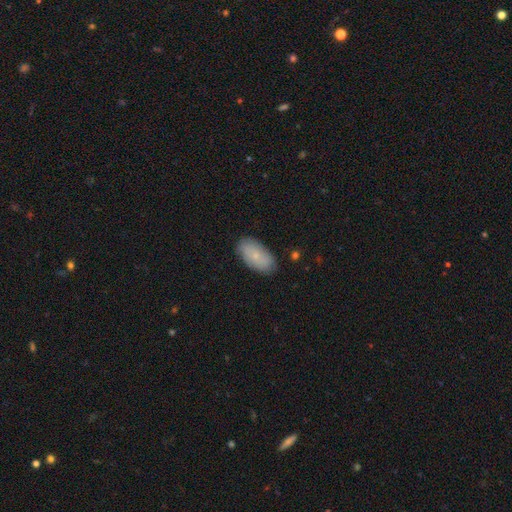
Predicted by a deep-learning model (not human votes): Overall: smooth (69%). How rounded: in between (94%). Merging: none (83%).